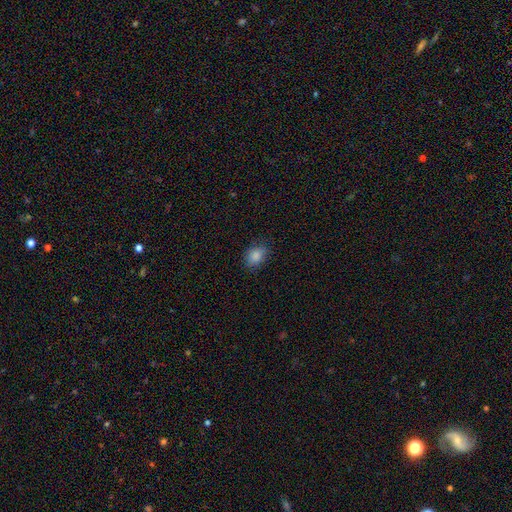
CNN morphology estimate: Q: Smooth or featured?
A: smooth (87%); runner-up: star or artifact (9%)
Q: How rounded?
A: in between (72%); runner-up: round (27%)
Q: Merging?
A: none (80%); runner-up: minor disturbance (15%)